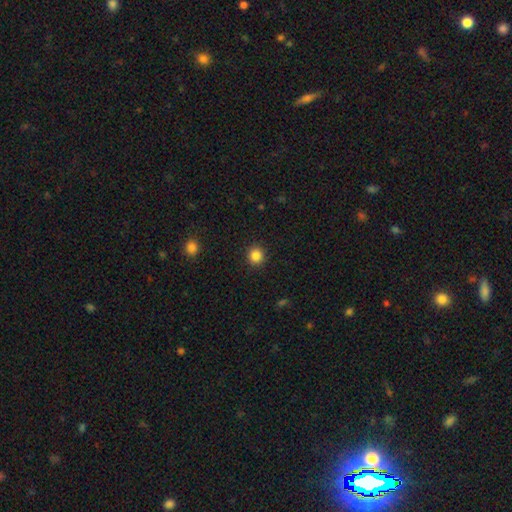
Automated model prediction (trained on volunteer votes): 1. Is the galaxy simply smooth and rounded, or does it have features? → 85% smooth, 11% star or artifact, 4% featured or disk.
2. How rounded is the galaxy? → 92% round, 7% in between, 1% cigar-shaped.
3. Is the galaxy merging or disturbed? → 92% none, 5% minor disturbance, 2% major disturbance, 1% merger.